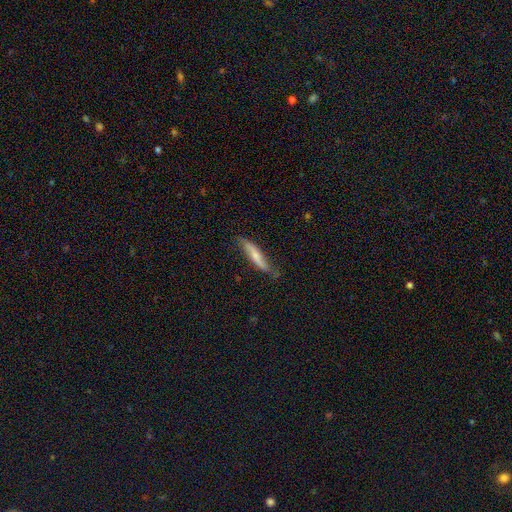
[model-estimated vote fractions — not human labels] smooth-or-featured: smooth: 48% | featured or disk: 46% | star or artifact: 6%
  merging: none: 64% | minor disturbance: 28% | major disturbance: 6% | merger: 2%